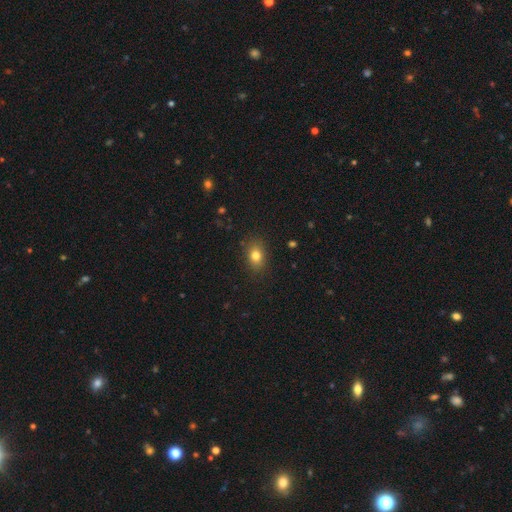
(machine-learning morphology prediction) A smooth galaxy with no disk features (80%) that is in between round and cigar-shaped (73%).

Vote fractions:
- Smooth or featured? smooth: 80% / star or artifact: 11% / featured or disk: 9%
- How rounded? in between: 73% / round: 25% / cigar-shaped: 2%
- Merging? none: 86% / minor disturbance: 10% / major disturbance: 3% / merger: 1%